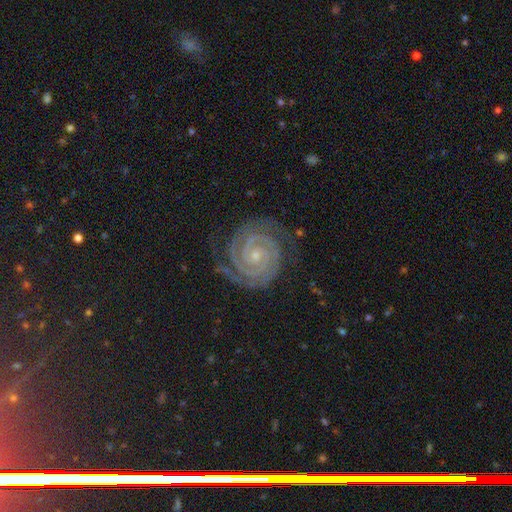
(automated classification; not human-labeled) Smooth or featured?
  - featured or disk: 92% *
  - star or artifact: 5%
  - smooth: 3%
Edge-on disk?
  - no: 98% *
  - yes: 2%
Bar?
  - no: 65% *
  - weak: 24%
  - strong: 12%
Spiral arms?
  - yes: 99% *
  - no: 1%
Spiral winding?
  - tight: 89% *
  - medium: 10%
  - loose: 1%
Spiral arm count?
  - 2: 76% *
  - 3: 10%
  - can't tell: 5%
  - 4: 4%
  - more than 4: 3%
  - 1: 3%
Bulge size?
  - small: 77% *
  - moderate: 19%
  - none: 2%
  - large: 1%
  - dominant: 1%
Merging?
  - none: 80% *
  - minor disturbance: 14%
  - major disturbance: 4%
  - merger: 1%